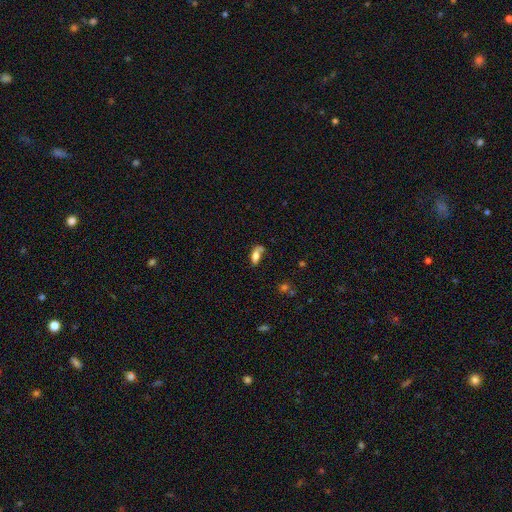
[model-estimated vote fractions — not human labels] A smooth galaxy with no disk features (73%) that is in between round and cigar-shaped (81%).

Vote fractions:
- Smooth or featured? smooth: 73% / featured or disk: 18% / star or artifact: 9%
- How rounded? in between: 81% / cigar-shaped: 15% / round: 4%
- Merging? none: 43% / minor disturbance: 24% / merger: 20% / major disturbance: 13%